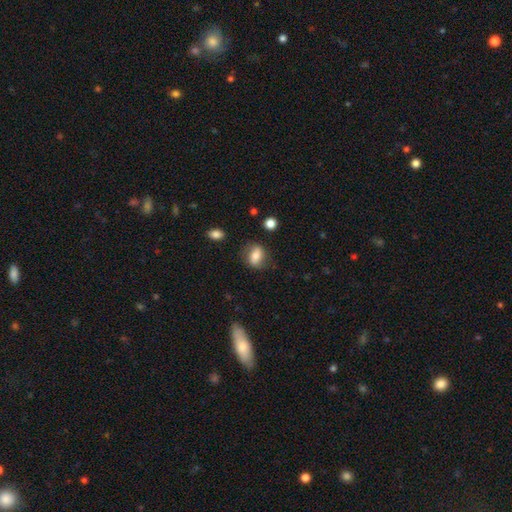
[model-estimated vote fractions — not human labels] This is likely a smooth galaxy (70%). How rounded: likely in between (71%). Merging: likely none (74%).